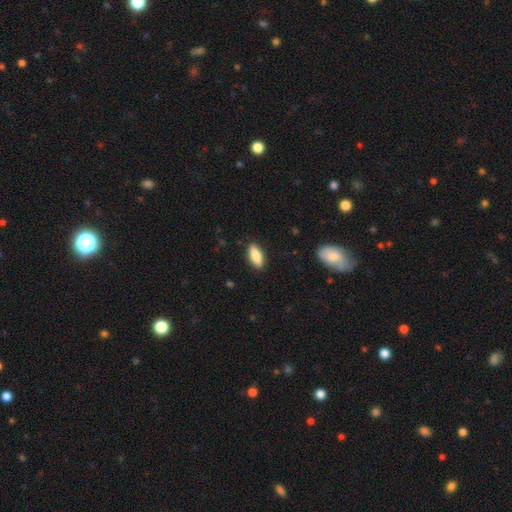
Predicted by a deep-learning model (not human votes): smooth 84%, featured or disk 10%, star or artifact 6%. Down the decision tree: how rounded — in between (78%); merging — none (88%).